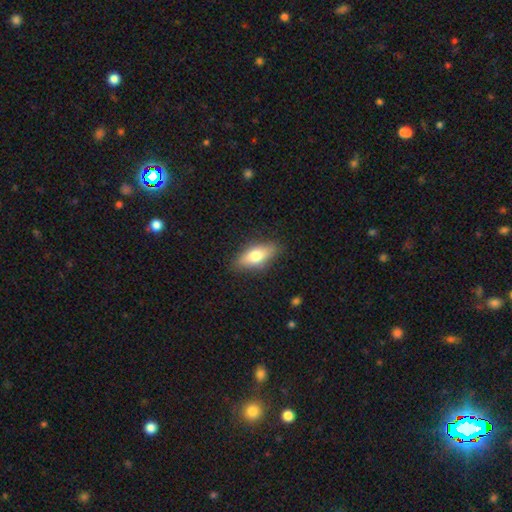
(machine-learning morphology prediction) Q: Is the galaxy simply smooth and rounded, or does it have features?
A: smooth — 73%.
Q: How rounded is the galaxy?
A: in between — 76%.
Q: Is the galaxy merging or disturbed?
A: none — 85%.